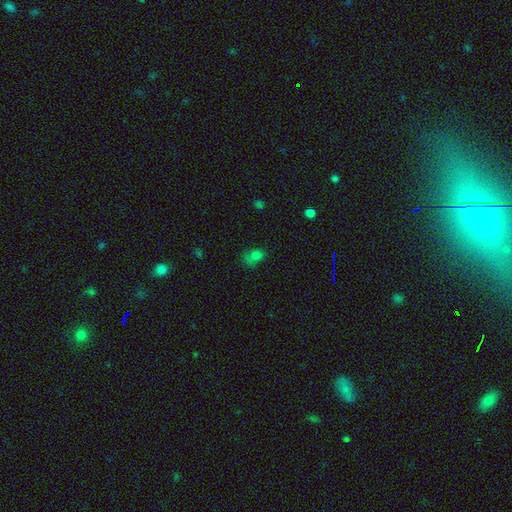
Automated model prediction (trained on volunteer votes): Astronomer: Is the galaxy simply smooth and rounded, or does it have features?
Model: smooth — 73%.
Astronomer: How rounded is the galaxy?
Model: in between — 64%.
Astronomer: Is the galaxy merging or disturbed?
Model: none — 42% (runner-up: minor disturbance, 31%).